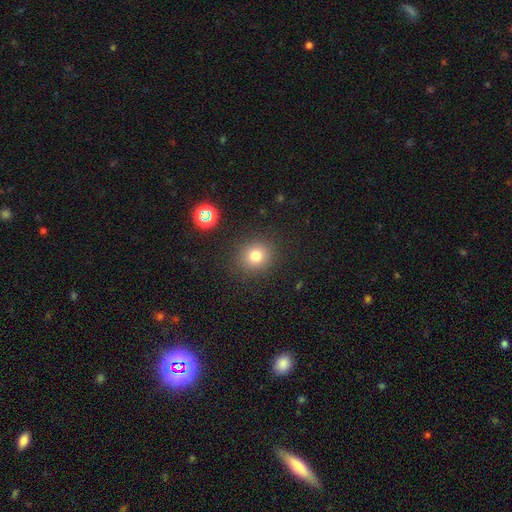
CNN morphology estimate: Smooth or featured: smooth — 78% (star or artifact — 15%)
How rounded: round — 82% (in between — 17%)
Merging: none — 87% (minor disturbance — 8%)